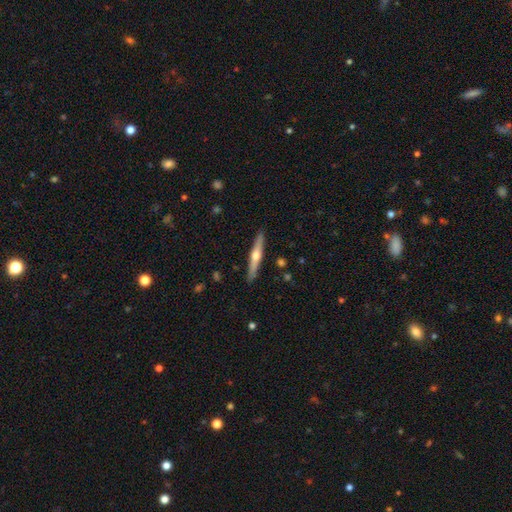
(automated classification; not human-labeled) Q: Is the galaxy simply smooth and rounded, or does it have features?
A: featured or disk — 60%.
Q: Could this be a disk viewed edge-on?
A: yes — 96%.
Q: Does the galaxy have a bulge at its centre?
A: rounded — 91%.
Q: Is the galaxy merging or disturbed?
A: none — 90%.